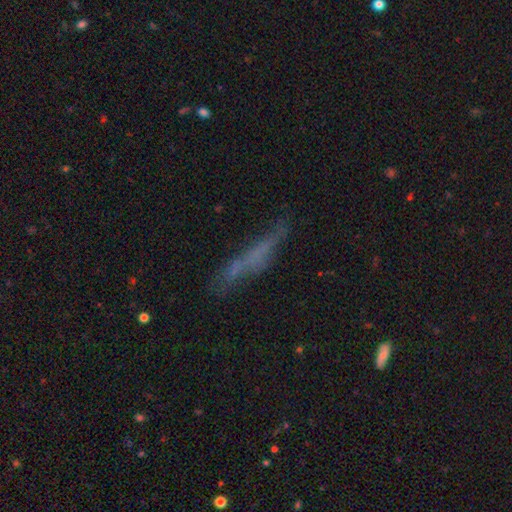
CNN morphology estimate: type=smooth (46%); merging=none (58%).